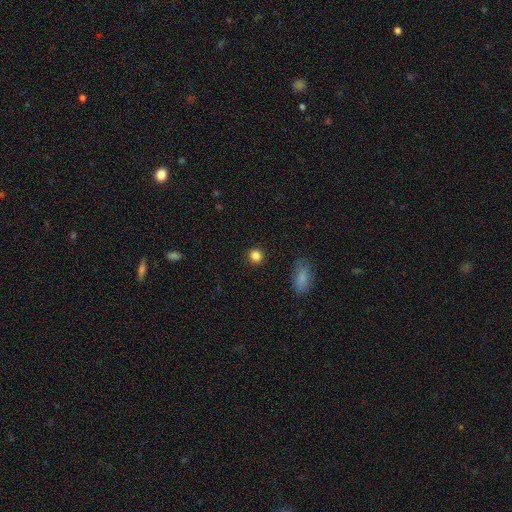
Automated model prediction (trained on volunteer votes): smooth_or_featured: smooth (p=0.85) [alt: star or artifact p=0.11]
how_rounded: round (p=0.89) [alt: in between p=0.09]
merging: none (p=0.90) [alt: minor disturbance p=0.06]